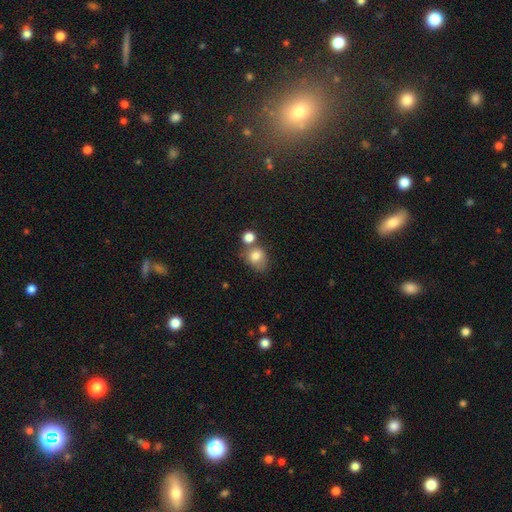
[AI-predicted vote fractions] The model was most divided on "how rounded": round: 53%, in between: 46%, cigar-shaped: 1%. Remaining: smooth or featured — smooth (79%); merging — none (40%).